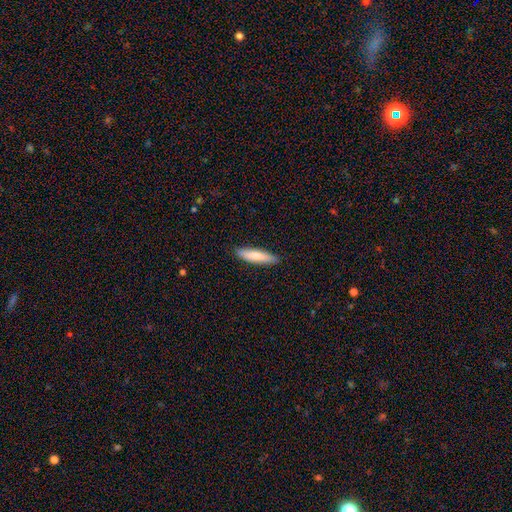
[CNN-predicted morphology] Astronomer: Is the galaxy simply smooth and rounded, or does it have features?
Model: smooth — 77%.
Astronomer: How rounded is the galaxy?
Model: cigar-shaped — 77%.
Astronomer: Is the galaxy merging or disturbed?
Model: none — 89%.